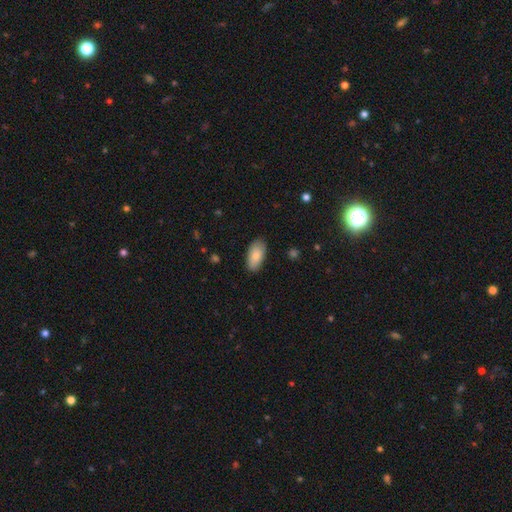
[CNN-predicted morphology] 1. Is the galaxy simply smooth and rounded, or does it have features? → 84% smooth, 10% featured or disk, 6% star or artifact.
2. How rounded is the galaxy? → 93% in between, 5% cigar-shaped, 2% round.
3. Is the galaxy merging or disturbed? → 84% none, 13% minor disturbance, 2% major disturbance, 1% merger.